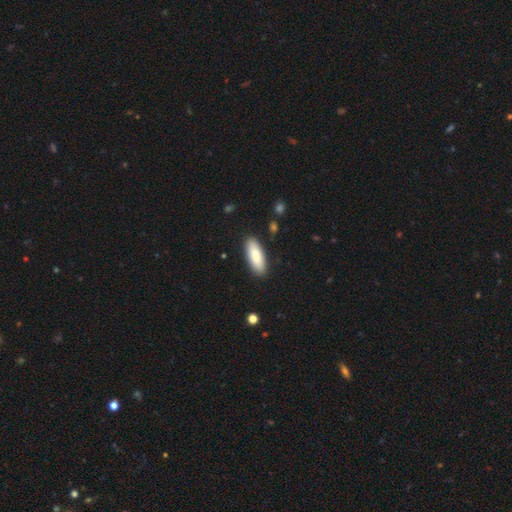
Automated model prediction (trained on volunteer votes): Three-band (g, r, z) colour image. It shows a smooth galaxy with no disk features (84%) that is in between round and cigar-shaped (72%). Merging: none (88%).